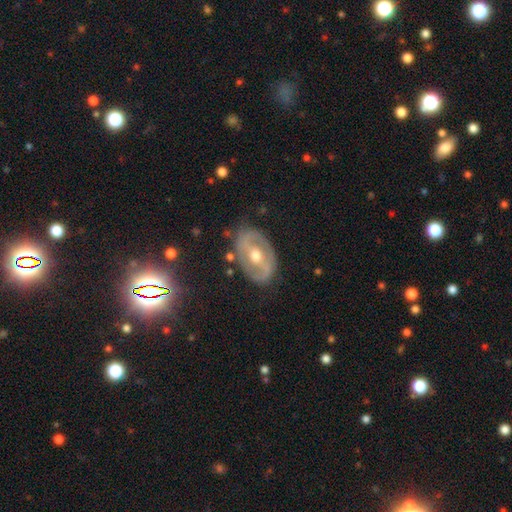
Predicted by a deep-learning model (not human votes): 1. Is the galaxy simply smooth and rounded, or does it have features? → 78% featured or disk, 16% smooth, 6% star or artifact.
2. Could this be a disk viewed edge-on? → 95% no, 5% yes.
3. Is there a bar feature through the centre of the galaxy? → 38% weak, 32% strong, 30% no.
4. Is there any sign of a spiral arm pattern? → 67% yes, 33% no.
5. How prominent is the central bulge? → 72% moderate, 23% small, 3% large, 1% none, 1% dominant.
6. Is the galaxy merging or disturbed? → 79% none, 15% minor disturbance, 5% major disturbance, 2% merger.